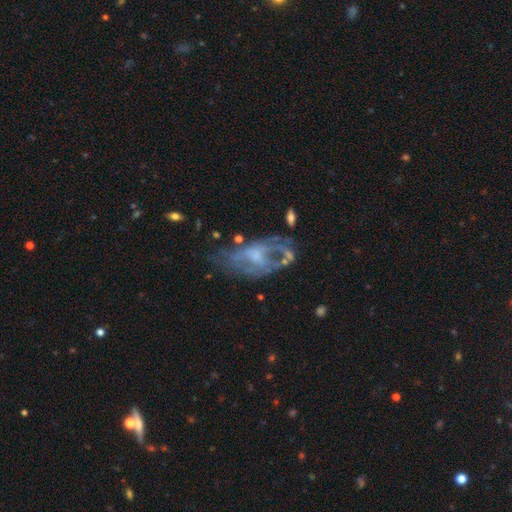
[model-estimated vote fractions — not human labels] The model was most divided on "spiral arms": yes: 52%, no: 48%. Remaining: edge-on disk — no (93%); smooth or featured — featured or disk (73%); bar — no (64%); bulge size — small (45%); merging — none (45%).